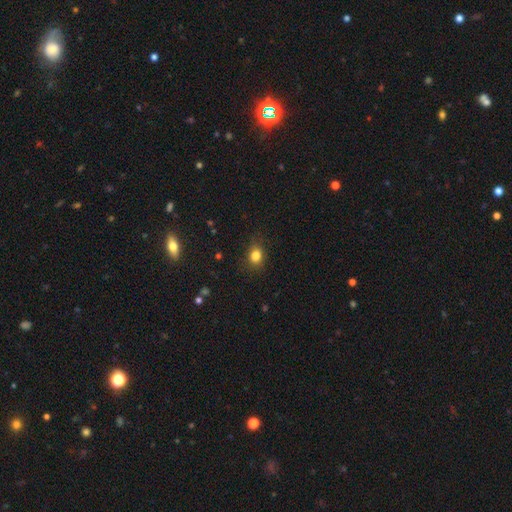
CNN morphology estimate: Smooth or featured? Predicted: smooth (p=0.82). How rounded? Predicted: round (p=0.52). Merging? Predicted: none (p=0.79).